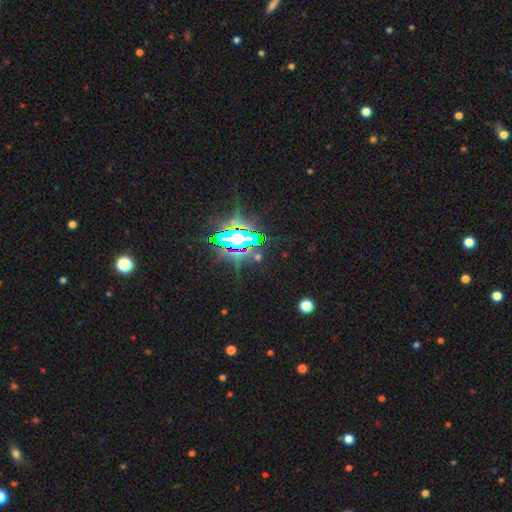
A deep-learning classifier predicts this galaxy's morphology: This appears to be a star or artifact, not a galaxy (81%).